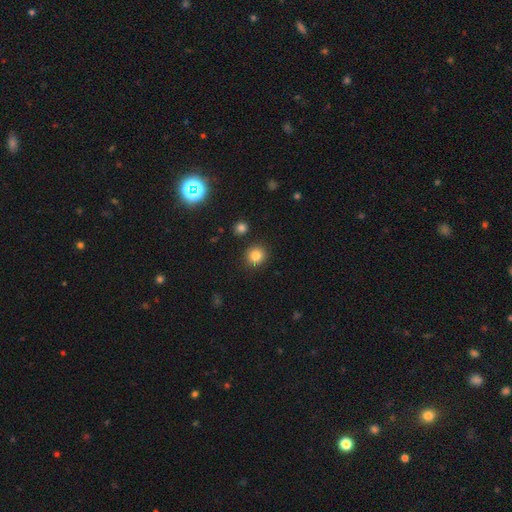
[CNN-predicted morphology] smooth 82%, star or artifact 12%, featured or disk 6%. Down the decision tree: how rounded — round (90%); merging — none (90%).